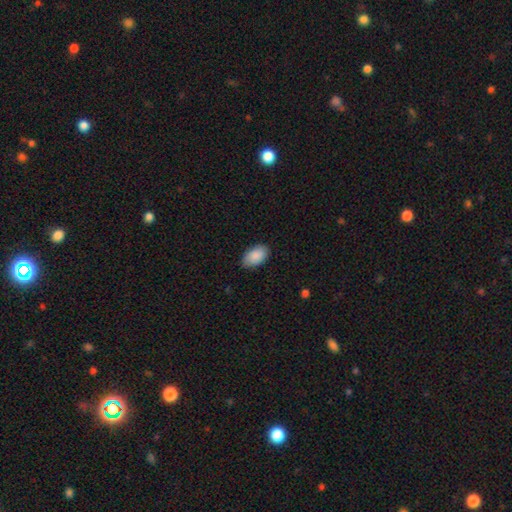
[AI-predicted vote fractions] This is clearly a smooth galaxy (89%). How rounded: clearly in between (94%). Merging: clearly none (84%).